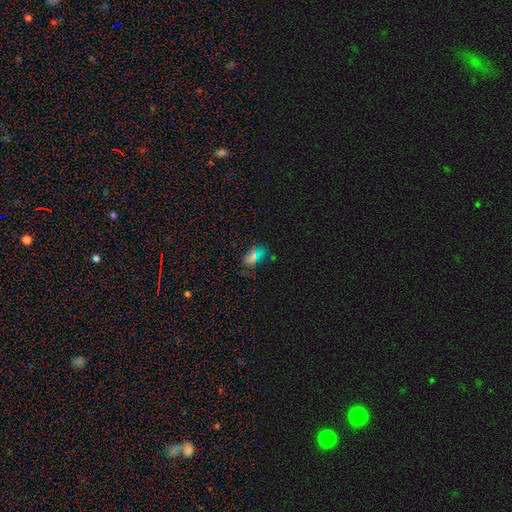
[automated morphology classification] smooth 57%, star or artifact 32%, featured or disk 12%. Down the decision tree: how rounded — in between (86%); merging — none (73%).